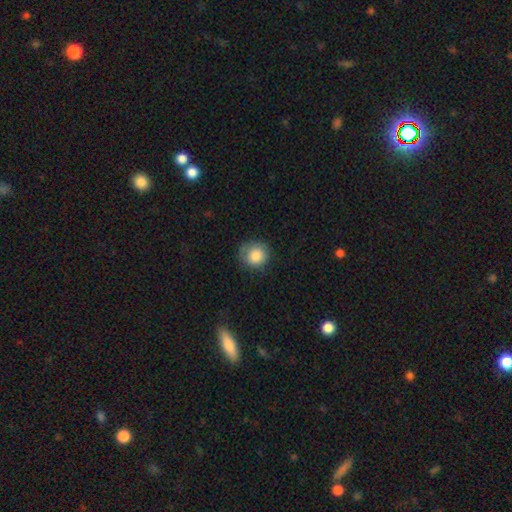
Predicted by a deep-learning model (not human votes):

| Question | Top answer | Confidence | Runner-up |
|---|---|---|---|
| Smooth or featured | smooth | 84% | star or artifact (8%) |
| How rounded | round | 87% | in between (12%) |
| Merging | none | 71% | minor disturbance (22%) |